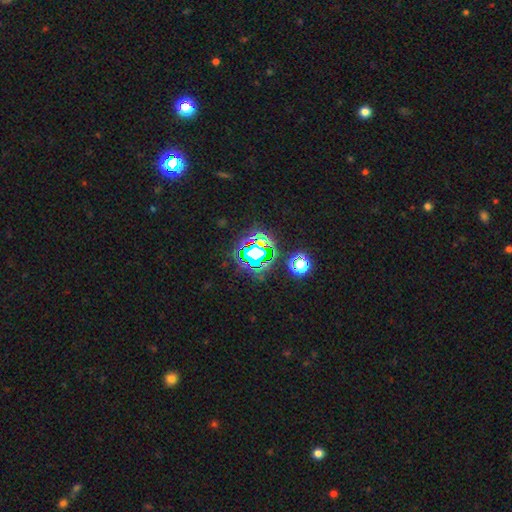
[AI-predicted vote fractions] smooth_or_featured: star or artifact (p=0.71) [alt: smooth p=0.16]